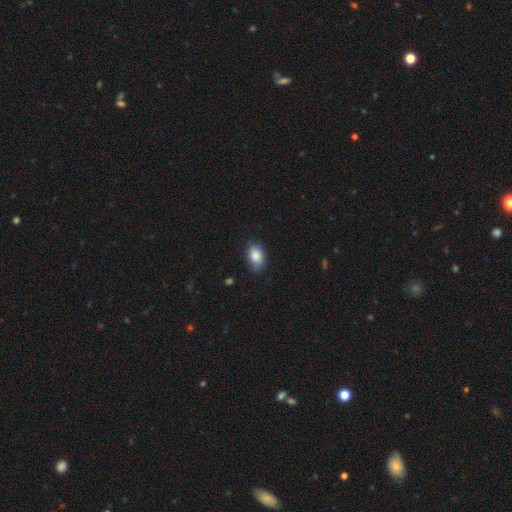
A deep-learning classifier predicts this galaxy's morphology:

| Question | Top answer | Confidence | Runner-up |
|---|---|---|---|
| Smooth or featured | smooth | 88% | star or artifact (7%) |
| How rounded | in between | 87% | round (12%) |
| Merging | none | 76% | minor disturbance (20%) |